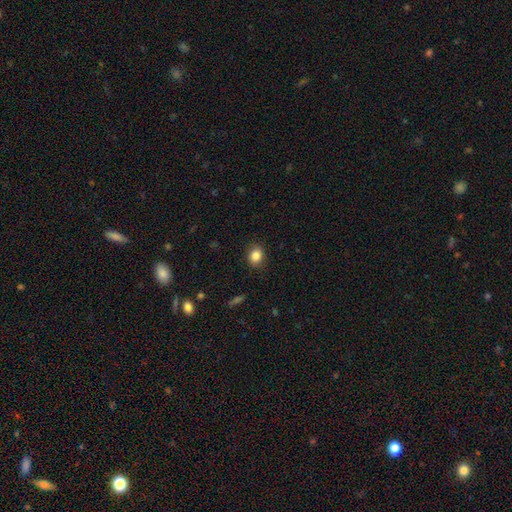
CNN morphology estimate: smooth-or-featured: smooth: 85% | star or artifact: 10% | featured or disk: 5%
  how-rounded: round: 59% | in between: 40% | cigar-shaped: 1%
  merging: none: 88% | minor disturbance: 9% | major disturbance: 2% | merger: 1%